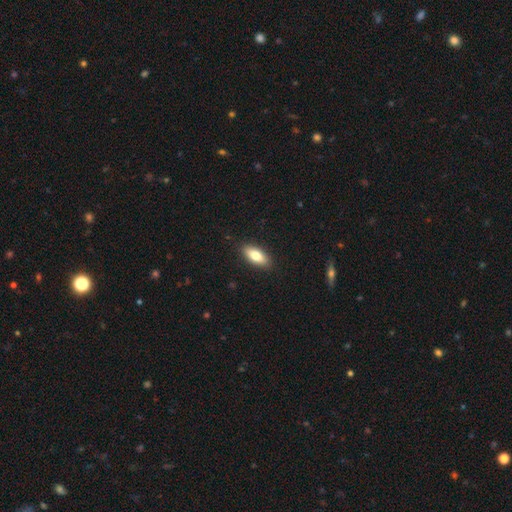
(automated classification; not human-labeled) smooth-or-featured: smooth: 77% | featured or disk: 17% | star or artifact: 6%
  how-rounded: in between: 80% | cigar-shaped: 17% | round: 3%
  merging: none: 89% | minor disturbance: 9% | major disturbance: 2% | merger: 1%